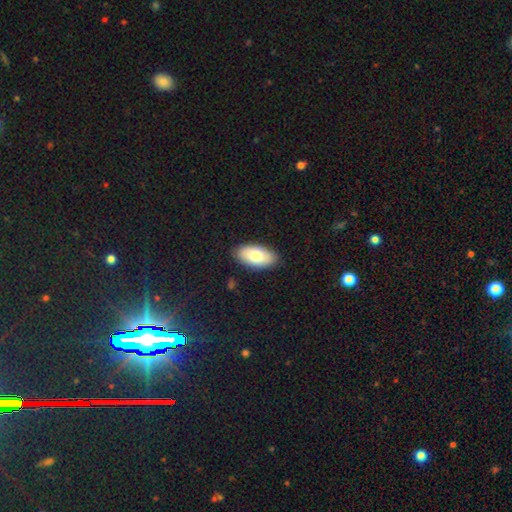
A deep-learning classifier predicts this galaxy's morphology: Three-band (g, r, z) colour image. It shows a smooth galaxy with no disk features (79%) that is in between round and cigar-shaped (94%). Merging: none (88%).